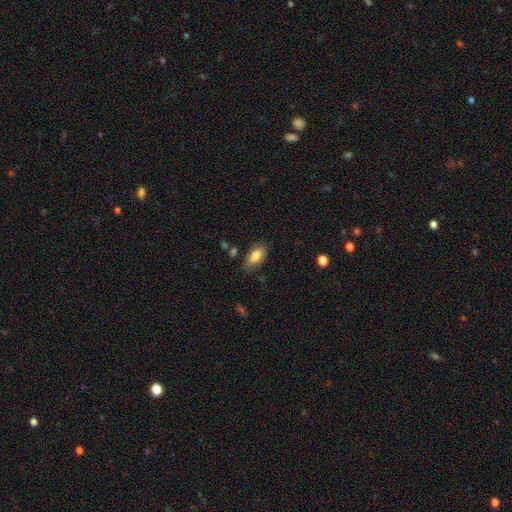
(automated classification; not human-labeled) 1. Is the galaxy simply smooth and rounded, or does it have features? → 78% smooth, 15% featured or disk, 7% star or artifact.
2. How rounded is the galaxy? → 91% in between, 6% cigar-shaped, 3% round.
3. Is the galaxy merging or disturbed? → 79% none, 15% minor disturbance, 3% major disturbance, 2% merger.